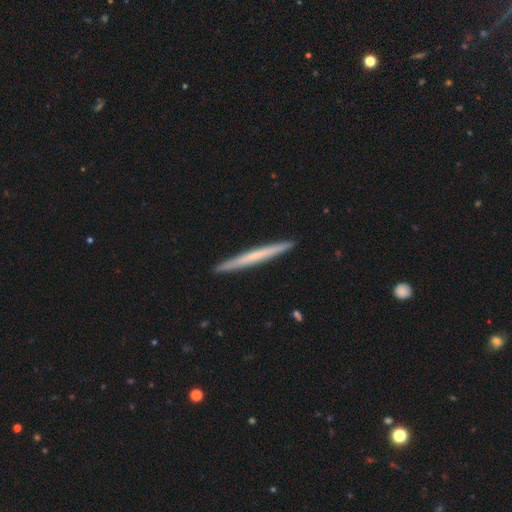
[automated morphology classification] This is possibly a featured or disk galaxy (48%). Merging: clearly none (93%).